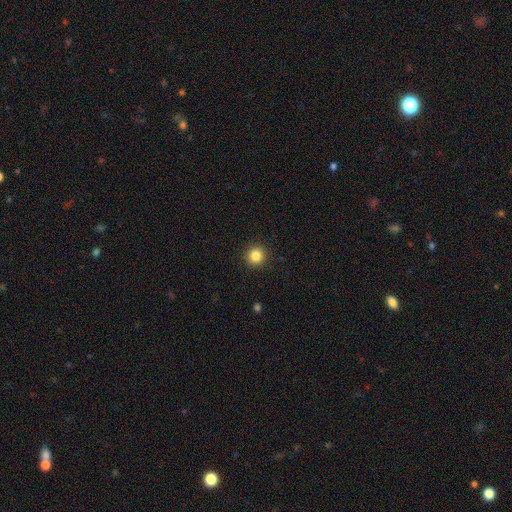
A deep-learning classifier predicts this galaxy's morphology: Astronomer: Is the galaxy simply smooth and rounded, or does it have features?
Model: smooth — 85%.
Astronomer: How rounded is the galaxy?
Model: round — 95%.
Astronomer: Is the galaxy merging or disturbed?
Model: none — 92%.